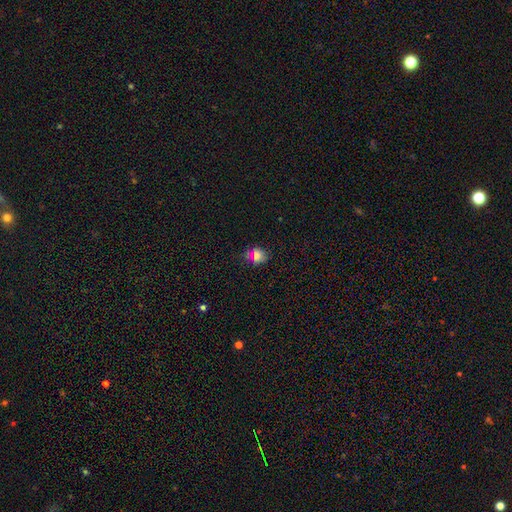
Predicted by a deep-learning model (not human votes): Smooth or featured? Predicted: smooth (p=0.69). How rounded? Predicted: round (p=0.59). Merging? Predicted: none (p=0.77).